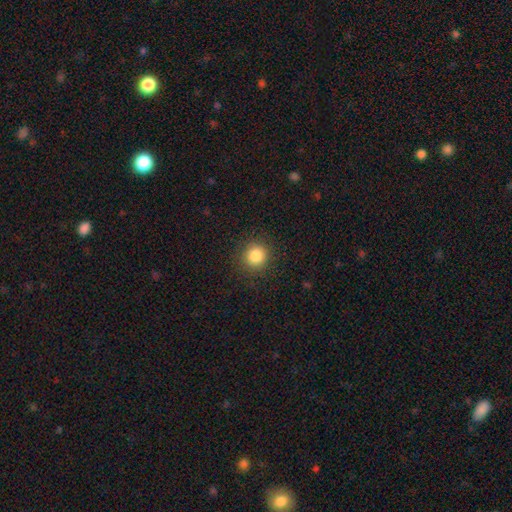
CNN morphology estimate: type=smooth (84%); roundness=round (92%); merging=none (90%).